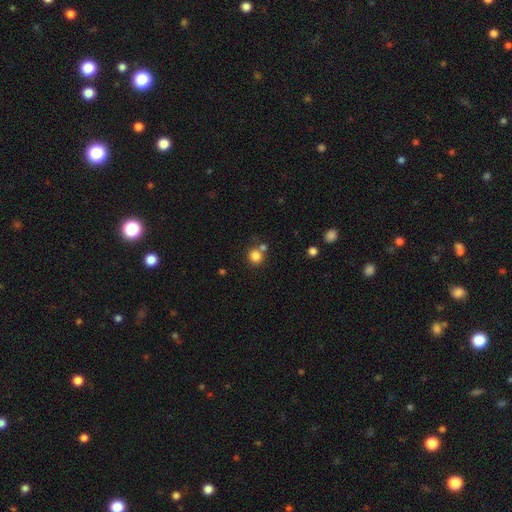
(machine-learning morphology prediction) smooth-or-featured: smooth: 83% | star or artifact: 12% | featured or disk: 6%
  how-rounded: round: 89% | in between: 10% | cigar-shaped: 1%
  merging: none: 66% | merger: 21% | minor disturbance: 9% | major disturbance: 4%